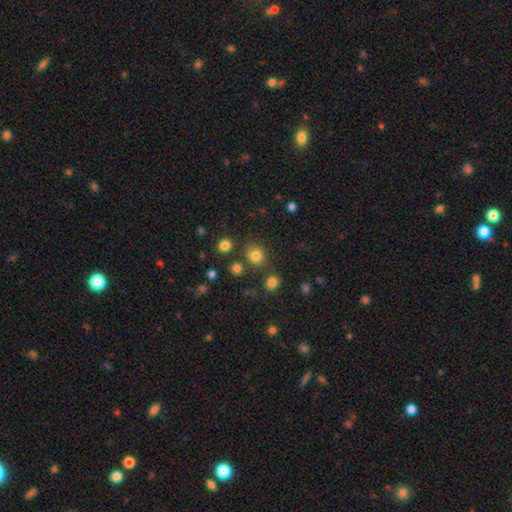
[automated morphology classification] This is likely a smooth galaxy (79%). How rounded: clearly round (81%). Merging: likely none (78%).